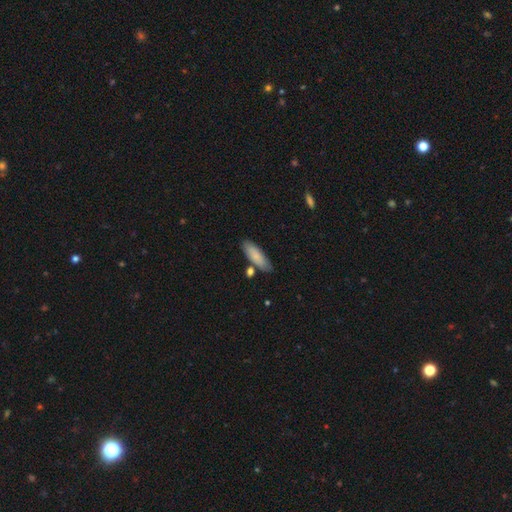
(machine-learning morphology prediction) The model was most divided on "how rounded": in between: 54%, cigar-shaped: 44%, round: 2%. More confident: smooth or featured — smooth (83%); merging — none (77%).